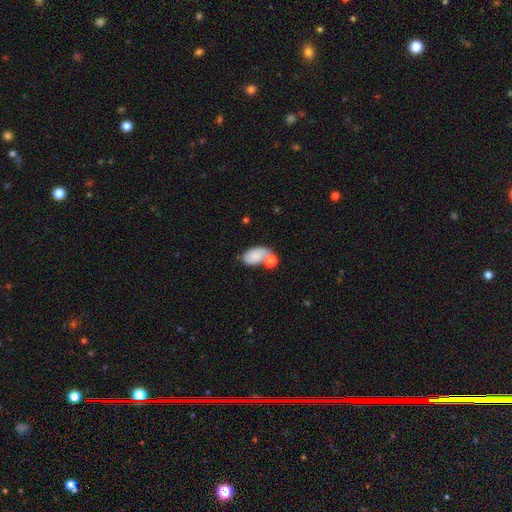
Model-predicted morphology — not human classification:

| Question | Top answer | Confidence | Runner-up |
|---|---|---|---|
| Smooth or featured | smooth | 78% | featured or disk (14%) |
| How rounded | in between | 90% | round (8%) |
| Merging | merger | 42% | none (33%) |